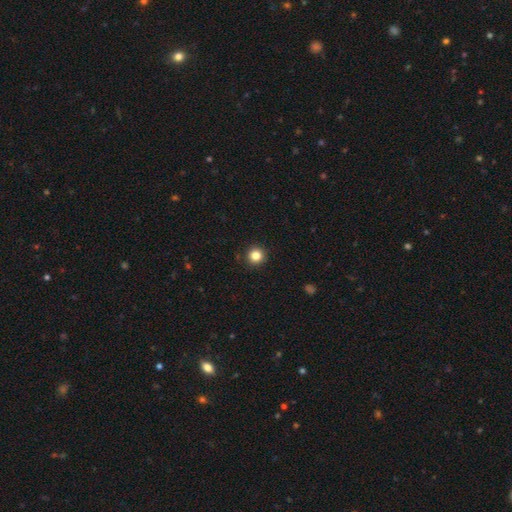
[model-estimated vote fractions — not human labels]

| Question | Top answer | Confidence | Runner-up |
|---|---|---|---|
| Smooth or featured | smooth | 83% | star or artifact (12%) |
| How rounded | round | 95% | in between (4%) |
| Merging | none | 93% | minor disturbance (5%) |